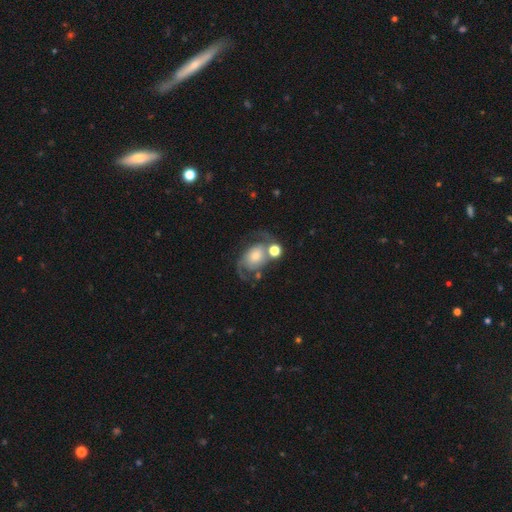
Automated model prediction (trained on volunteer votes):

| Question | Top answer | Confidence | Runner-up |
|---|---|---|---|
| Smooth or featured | featured or disk | 74% | smooth (18%) |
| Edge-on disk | no | 97% | yes (3%) |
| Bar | no | 72% | weak (23%) |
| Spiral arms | yes | 92% | no (8%) |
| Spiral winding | medium | 43% | loose (42%) |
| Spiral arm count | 2 | 88% | can't tell (4%) |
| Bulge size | small | 44% | moderate (32%) |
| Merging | none | 49% | minor disturbance (18%) |